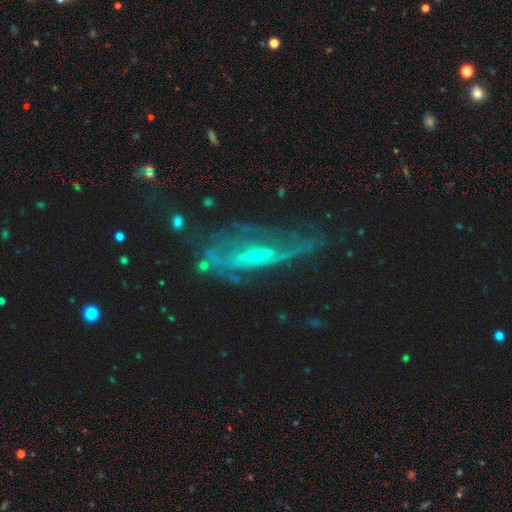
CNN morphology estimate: Q: Smooth or featured?
A: featured or disk (83%); runner-up: smooth (10%)
Q: Edge-on disk?
A: no (84%); runner-up: yes (16%)
Q: Bar?
A: weak (39%); runner-up: no (32%)
Q: Spiral arms?
A: yes (84%); runner-up: no (16%)
Q: Spiral winding?
A: medium (42%); runner-up: tight (31%)
Q: Spiral arm count?
A: 2 (48%); runner-up: can't tell (28%)
Q: Bulge size?
A: small (72%); runner-up: moderate (23%)
Q: Merging?
A: none (50%); runner-up: major disturbance (24%)